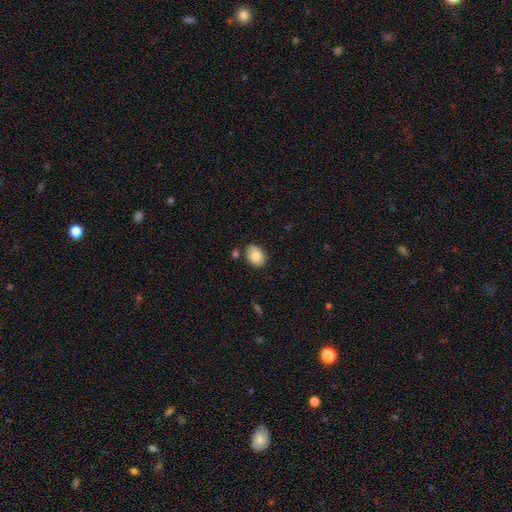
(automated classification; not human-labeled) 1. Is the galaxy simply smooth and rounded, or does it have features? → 82% smooth, 10% featured or disk, 8% star or artifact.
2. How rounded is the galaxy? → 67% in between, 32% round, 1% cigar-shaped.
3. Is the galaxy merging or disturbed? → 79% none, 13% minor disturbance, 5% merger, 3% major disturbance.